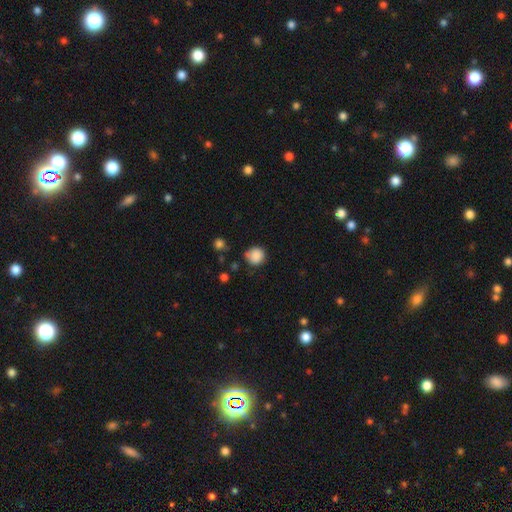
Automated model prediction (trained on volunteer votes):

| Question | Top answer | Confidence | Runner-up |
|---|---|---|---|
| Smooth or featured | smooth | 86% | star or artifact (10%) |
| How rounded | round | 88% | in between (12%) |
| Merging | none | 71% | minor disturbance (20%) |